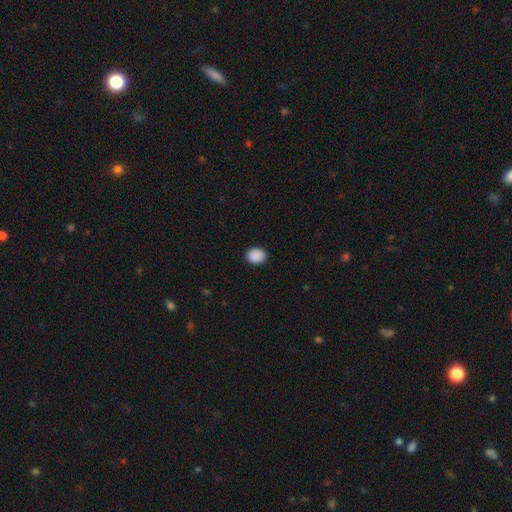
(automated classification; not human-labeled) This appears to be a smooth galaxy with no disk features (90%) that is round (50%, tied with in between). Merging: none (90%).